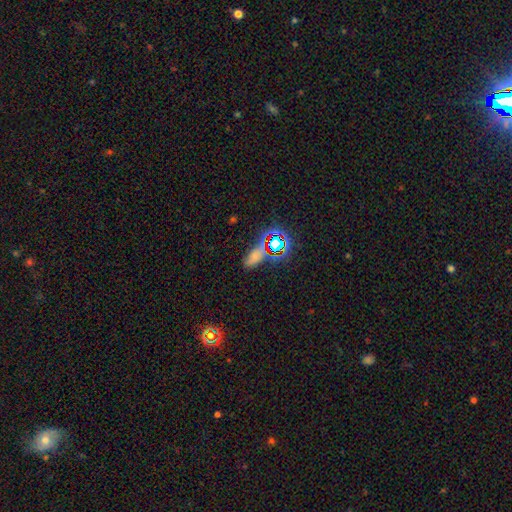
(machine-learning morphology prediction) smooth-or-featured: smooth: 47% | star or artifact: 39% | featured or disk: 14%
  merging: none: 54% | minor disturbance: 21% | major disturbance: 13% | merger: 12%